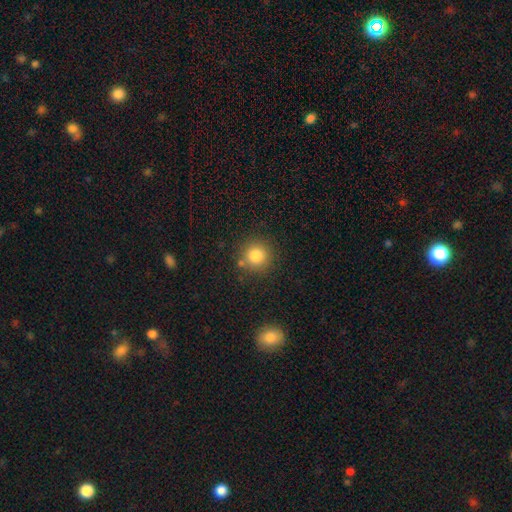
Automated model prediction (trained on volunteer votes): Smooth or featured?
  - smooth: 82% *
  - star or artifact: 12%
  - featured or disk: 7%
How rounded?
  - round: 93% *
  - in between: 6%
  - cigar-shaped: 1%
Merging?
  - none: 81% *
  - minor disturbance: 9%
  - merger: 7%
  - major disturbance: 3%